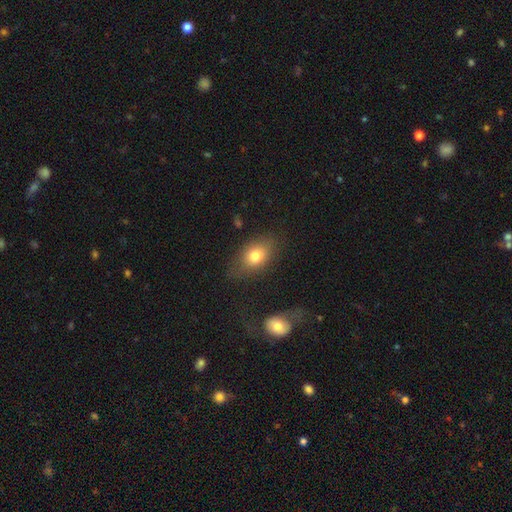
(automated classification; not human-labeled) smooth-or-featured: smooth: 76% | featured or disk: 15% | star or artifact: 9%
  how-rounded: in between: 76% | round: 21% | cigar-shaped: 2%
  merging: none: 70% | minor disturbance: 17% | major disturbance: 8% | merger: 5%